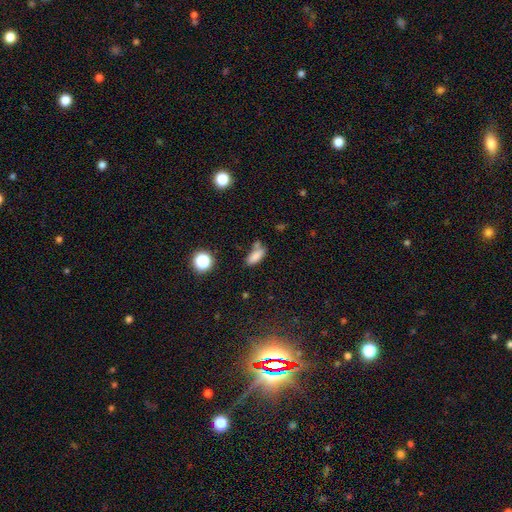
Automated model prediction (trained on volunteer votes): smooth 82%, star or artifact 12%, featured or disk 7%. Down the decision tree: how rounded — in between (80%); merging — none (55%).